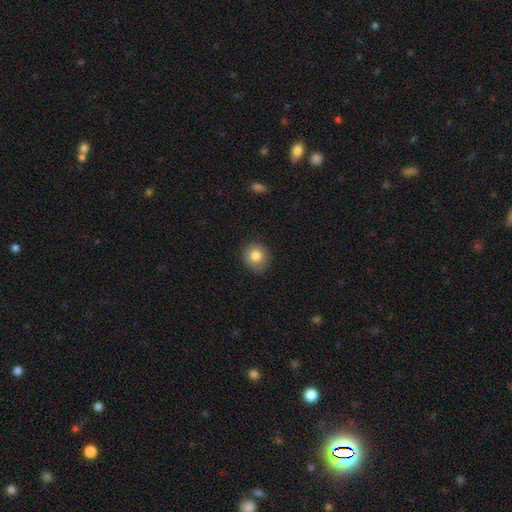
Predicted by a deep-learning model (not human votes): Smooth or featured?
  - smooth: 80% *
  - featured or disk: 11%
  - star or artifact: 9%
How rounded?
  - round: 81% *
  - in between: 18%
  - cigar-shaped: 1%
Merging?
  - none: 85% *
  - minor disturbance: 11%
  - major disturbance: 2%
  - merger: 1%